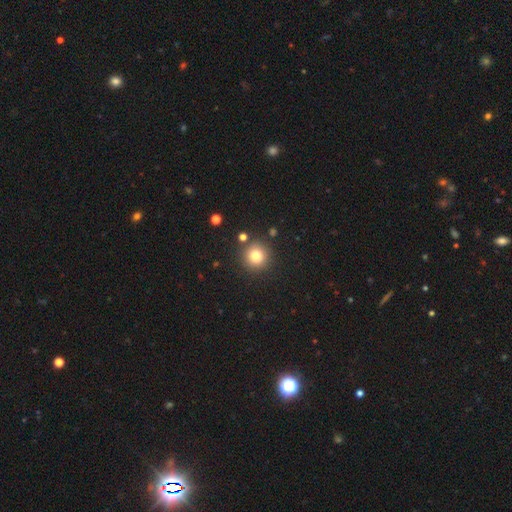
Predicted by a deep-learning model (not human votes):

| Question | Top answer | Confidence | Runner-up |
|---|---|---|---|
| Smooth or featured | smooth | 80% | star or artifact (13%) |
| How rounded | round | 94% | in between (5%) |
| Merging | none | 86% | minor disturbance (7%) |